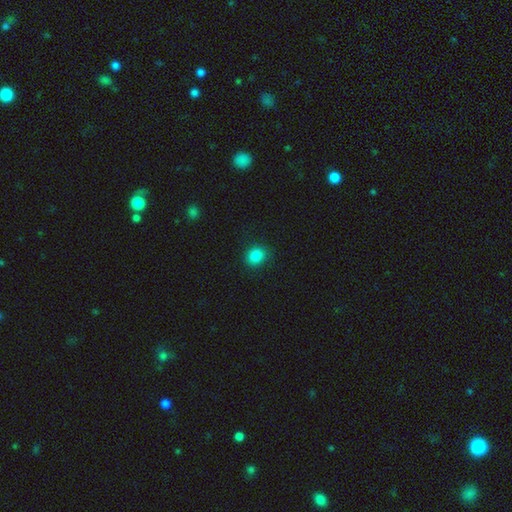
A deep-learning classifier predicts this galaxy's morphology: This appears to be a smooth galaxy with no disk features (85%) that is round (69%). Merging: none (86%).